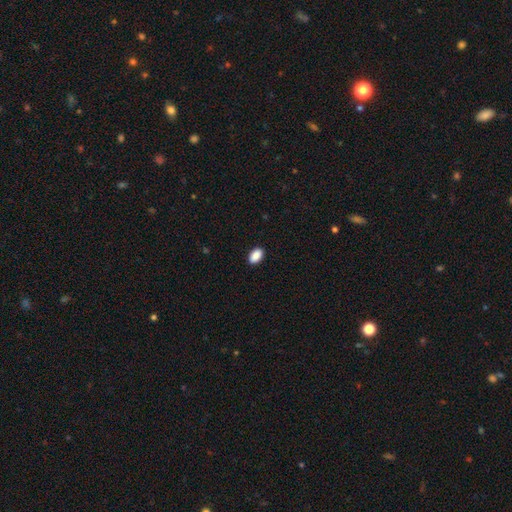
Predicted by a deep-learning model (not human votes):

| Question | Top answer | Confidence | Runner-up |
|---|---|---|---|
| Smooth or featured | smooth | 90% | star or artifact (7%) |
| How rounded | in between | 92% | round (6%) |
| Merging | none | 90% | minor disturbance (8%) |